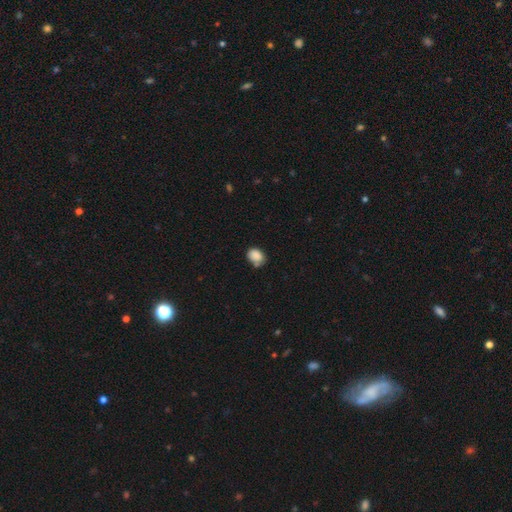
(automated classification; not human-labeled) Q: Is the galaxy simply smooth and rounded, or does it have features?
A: smooth — 86%.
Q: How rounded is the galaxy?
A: in between — 60%.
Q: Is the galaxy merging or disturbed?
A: none — 62%.